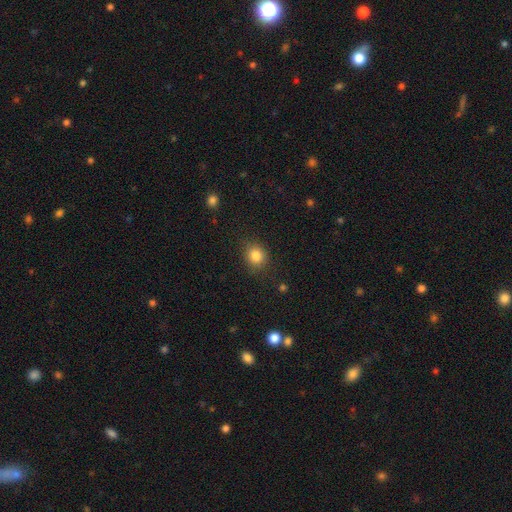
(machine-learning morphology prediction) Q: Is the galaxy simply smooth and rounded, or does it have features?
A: smooth — 84%.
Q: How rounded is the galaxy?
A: round — 75%.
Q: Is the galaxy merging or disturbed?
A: none — 85%.